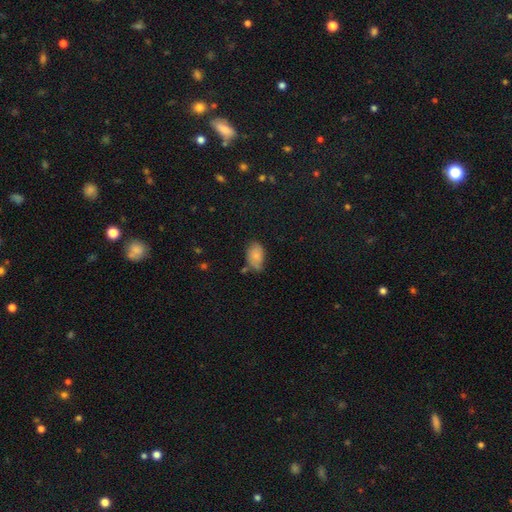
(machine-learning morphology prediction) This is likely a smooth galaxy (75%). How rounded: clearly in between (90%). Merging: possibly none (49%).